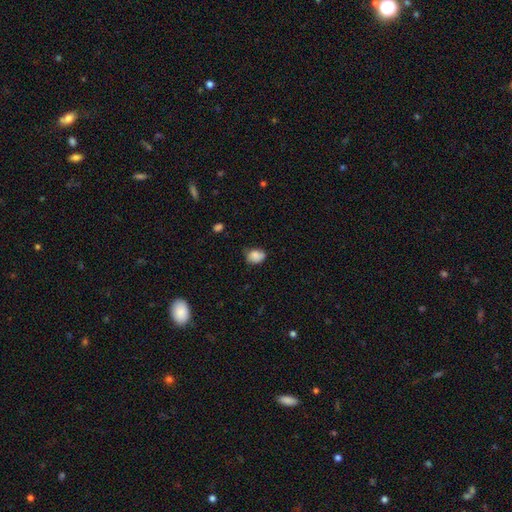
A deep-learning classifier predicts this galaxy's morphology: A smooth galaxy with no disk features (85%) that is in between round and cigar-shaped (62%). Merging: none (57%).